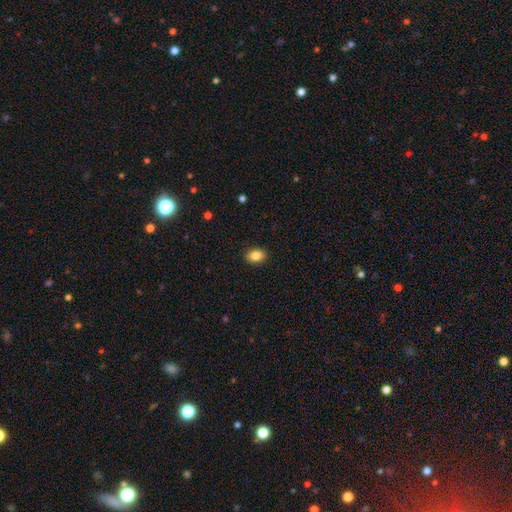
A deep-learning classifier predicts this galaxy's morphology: Q: Smooth or featured?
A: smooth (85%); runner-up: star or artifact (8%)
Q: How rounded?
A: in between (79%); runner-up: round (20%)
Q: Merging?
A: none (90%); runner-up: minor disturbance (7%)